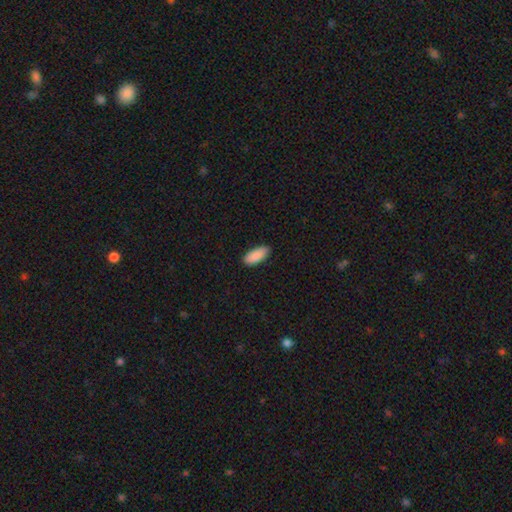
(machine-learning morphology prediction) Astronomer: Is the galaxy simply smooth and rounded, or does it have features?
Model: smooth — 90%.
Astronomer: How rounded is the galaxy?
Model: in between — 86%.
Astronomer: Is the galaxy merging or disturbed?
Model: none — 88%.